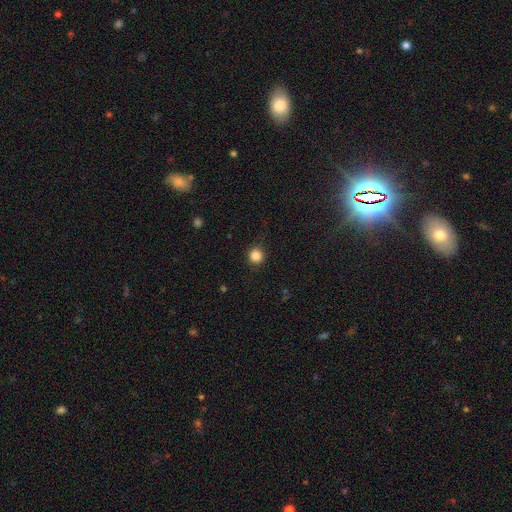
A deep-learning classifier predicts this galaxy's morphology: A smooth galaxy with no disk features (85%) that is round (93%).

Vote fractions:
- Smooth or featured? smooth: 85% / star or artifact: 11% / featured or disk: 4%
- How rounded? round: 93% / in between: 6% / cigar-shaped: 1%
- Merging? none: 89% / minor disturbance: 8% / major disturbance: 2% / merger: 1%